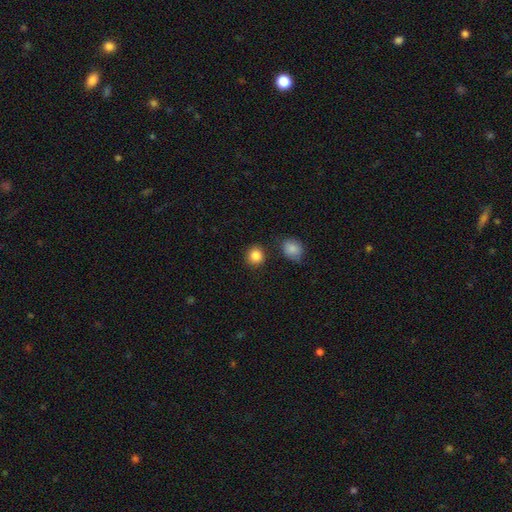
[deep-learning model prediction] A smooth galaxy with no disk features (86%) that is round (87%).

Vote fractions:
- Smooth or featured? smooth: 86% / star or artifact: 10% / featured or disk: 4%
- How rounded? round: 87% / in between: 12% / cigar-shaped: 1%
- Merging? none: 85% / minor disturbance: 8% / merger: 4% / major disturbance: 3%